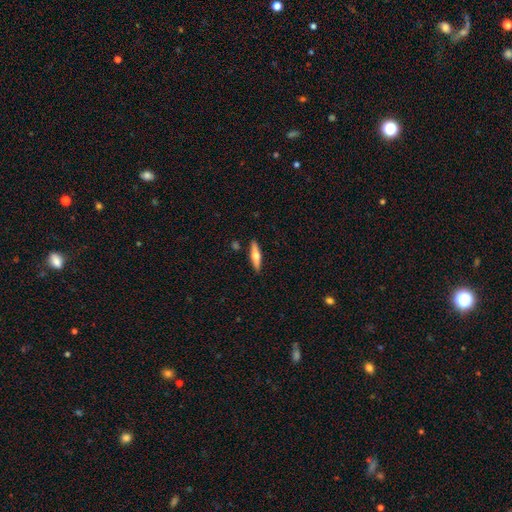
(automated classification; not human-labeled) This appears to be a smooth galaxy with no disk features (49%). Merging: none (88%).